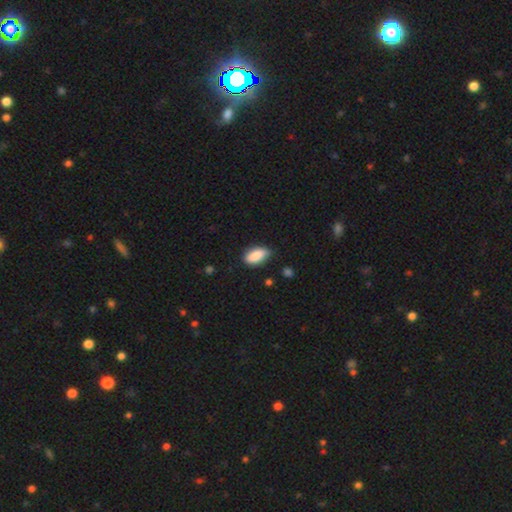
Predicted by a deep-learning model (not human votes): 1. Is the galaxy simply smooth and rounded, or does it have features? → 86% smooth, 7% star or artifact, 7% featured or disk.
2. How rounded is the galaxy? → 88% in between, 8% cigar-shaped, 4% round.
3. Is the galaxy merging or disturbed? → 70% none, 24% minor disturbance, 4% major disturbance, 2% merger.